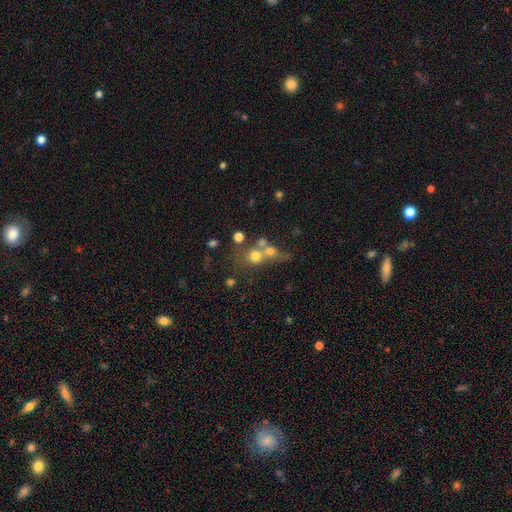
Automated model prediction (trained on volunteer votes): This appears to be a smooth galaxy with no disk features (59%) that is round (81%). Merging: merger (53%).